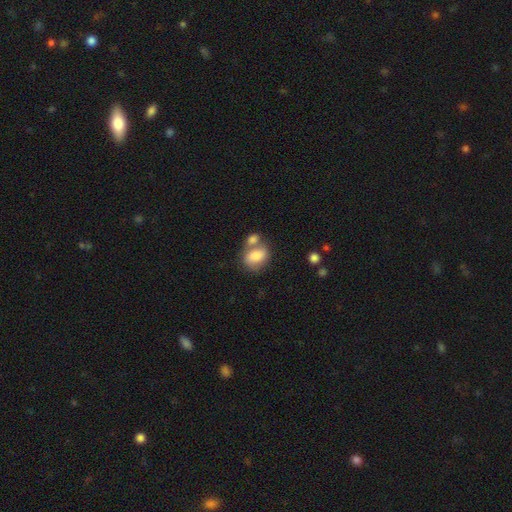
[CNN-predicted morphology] Overall: smooth (77%). How rounded: in between (67%; round 31%). Merging: merger (46%; none 36%).